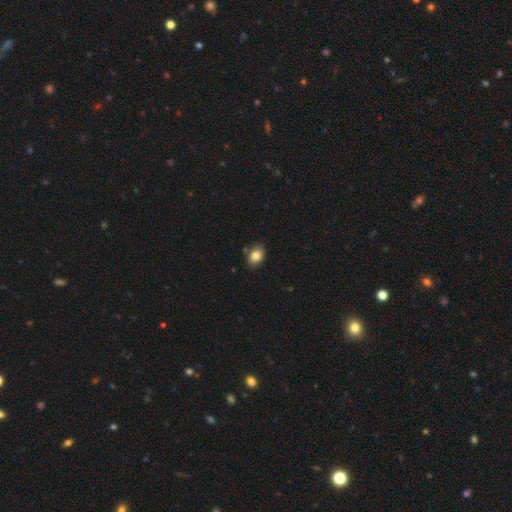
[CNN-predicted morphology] Smooth or featured? smooth (83%)
How rounded? in between (71%)
Merging? none (80%)